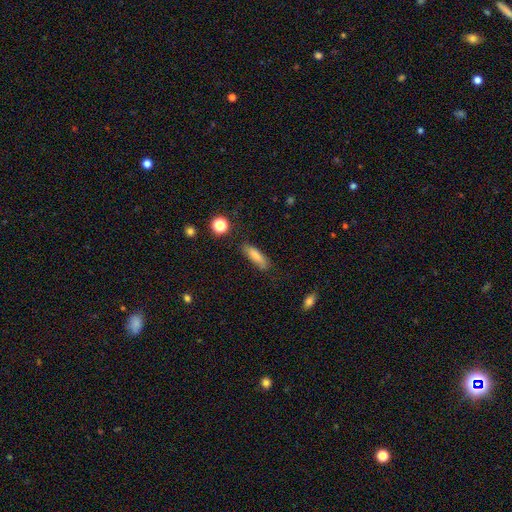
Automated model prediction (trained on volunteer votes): The model was most divided on "how rounded": cigar-shaped: 59%, in between: 38%, round: 3%. More confident: smooth or featured — smooth (81%); merging — none (79%).